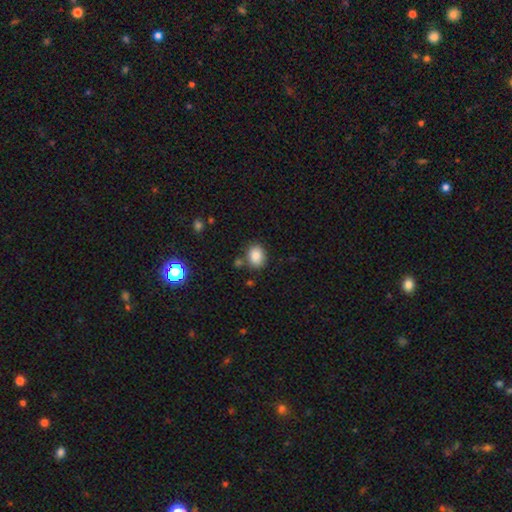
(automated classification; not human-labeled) smooth-or-featured: smooth: 86% | star or artifact: 9% | featured or disk: 4%
  how-rounded: in between: 51% | round: 48% | cigar-shaped: 1%
  merging: none: 74% | minor disturbance: 15% | merger: 7% | major disturbance: 4%